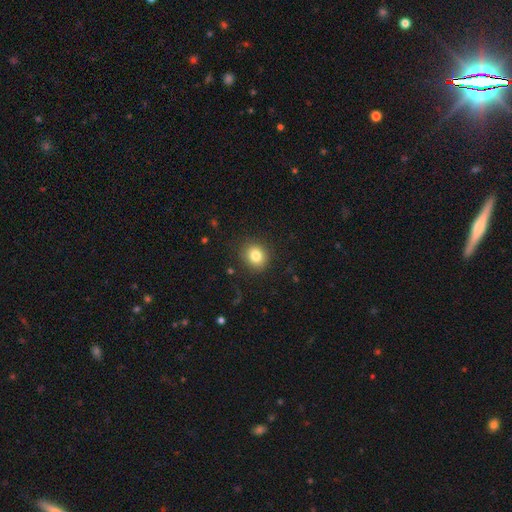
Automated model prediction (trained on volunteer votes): A smooth galaxy with no disk features (82%) that is round (77%).

Vote fractions:
- Smooth or featured? smooth: 82% / star or artifact: 10% / featured or disk: 8%
- How rounded? round: 77% / in between: 22% / cigar-shaped: 1%
- Merging? none: 88% / minor disturbance: 8% / major disturbance: 3% / merger: 1%